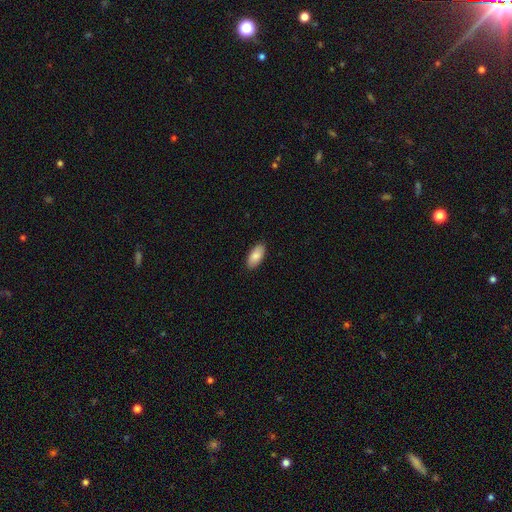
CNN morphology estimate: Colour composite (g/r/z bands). It shows a smooth galaxy with no disk features (86%) that is in between round and cigar-shaped (91%). Merging: none (90%).